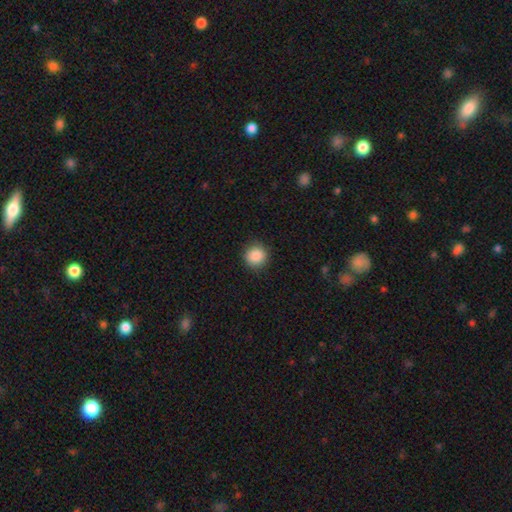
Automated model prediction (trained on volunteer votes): Q: Smooth or featured?
A: smooth (88%); runner-up: star or artifact (9%)
Q: How rounded?
A: round (93%); runner-up: in between (6%)
Q: Merging?
A: none (90%); runner-up: minor disturbance (7%)